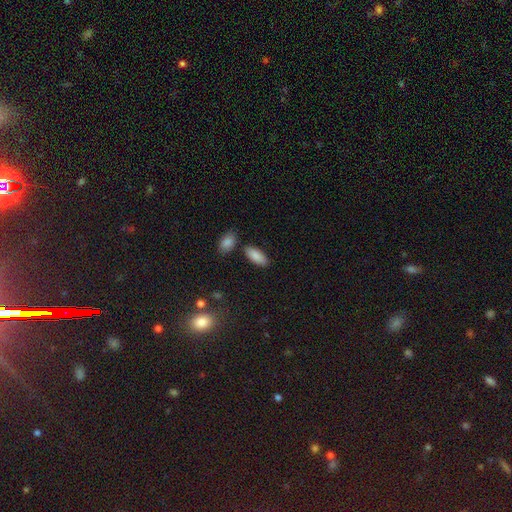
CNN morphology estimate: The model was most divided on "merging": none: 81%, minor disturbance: 10%, merger: 6%, major disturbance: 3%. More confident: smooth or featured — smooth (88%); how rounded — in between (87%).